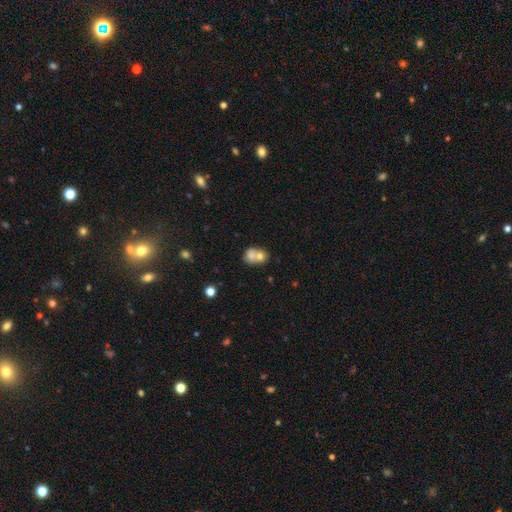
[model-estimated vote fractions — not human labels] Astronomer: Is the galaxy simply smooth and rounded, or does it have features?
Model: smooth — 70%.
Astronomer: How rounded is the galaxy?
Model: round — 60% (runner-up: in between, 39%).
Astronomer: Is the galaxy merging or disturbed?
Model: merger — 66%.